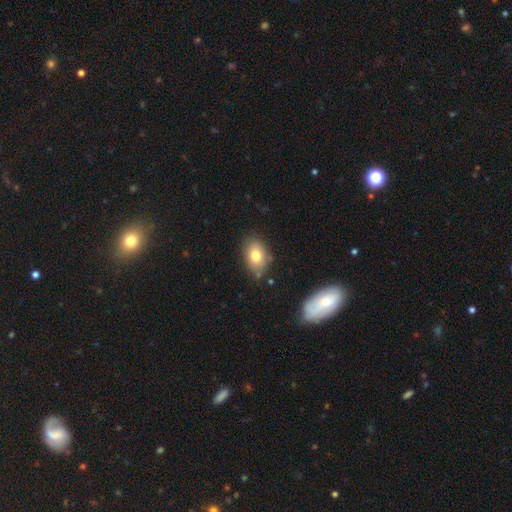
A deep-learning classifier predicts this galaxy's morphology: smooth_or_featured: smooth (p=0.77) [alt: featured or disk p=0.13]
how_rounded: in between (p=0.81) [alt: round p=0.18]
merging: none (p=0.76) [alt: minor disturbance p=0.17]